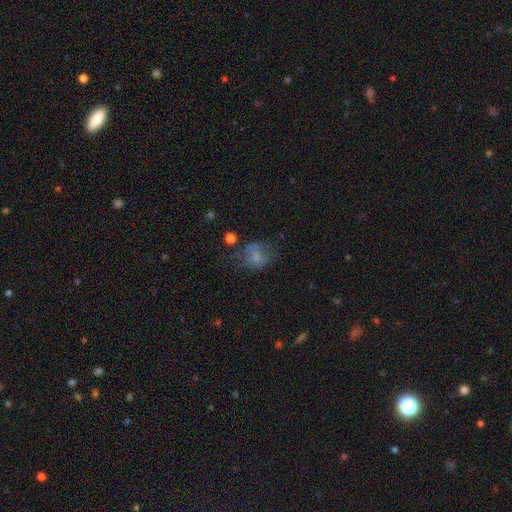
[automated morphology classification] type=smooth (60%); roundness=round (52%); merging=none (40%).